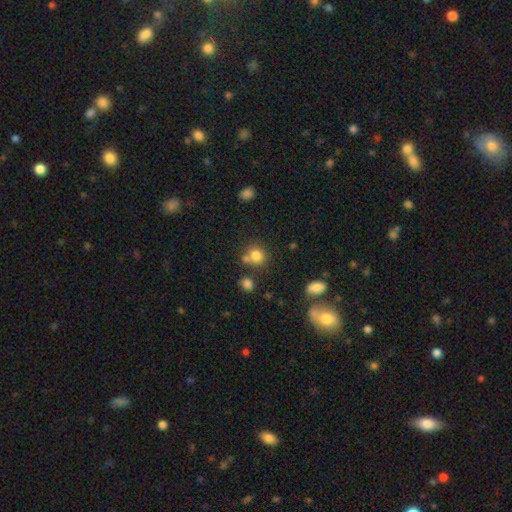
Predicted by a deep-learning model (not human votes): smooth-or-featured: smooth: 79% | star or artifact: 12% | featured or disk: 8%
  how-rounded: round: 79% | in between: 20% | cigar-shaped: 1%
  merging: none: 59% | merger: 24% | minor disturbance: 12% | major disturbance: 5%